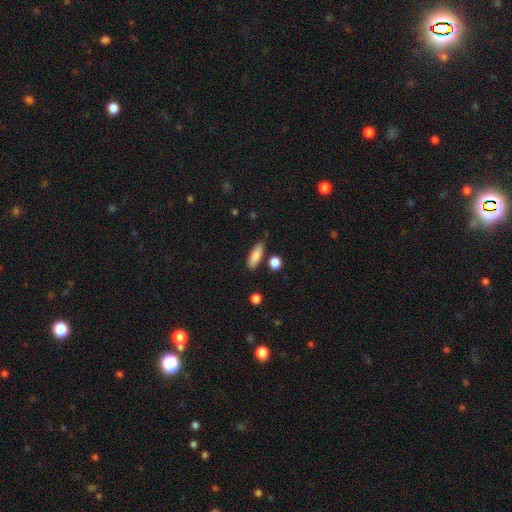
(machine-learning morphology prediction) smooth 86%, featured or disk 8%, star or artifact 7%. Down the decision tree: how rounded — in between (59%); merging — none (82%).